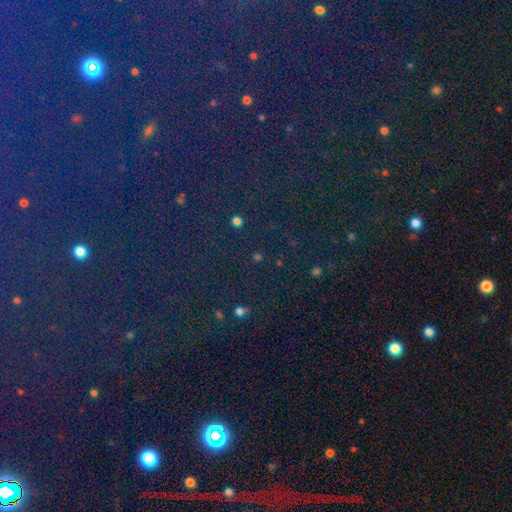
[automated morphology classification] This appears to be a star or artifact, not a galaxy (79%).